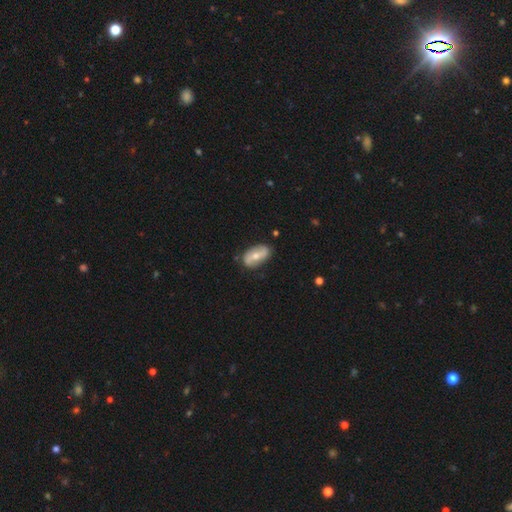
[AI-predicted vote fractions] featured or disk 58%, smooth 36%, star or artifact 6%. Down the decision tree: edge-on disk — no (92%); bar — no (38%); spiral arms — yes (71%); bulge size — moderate (60%); merging — none (79%).